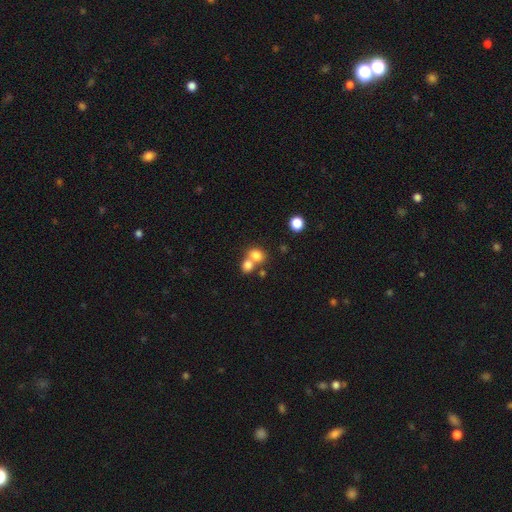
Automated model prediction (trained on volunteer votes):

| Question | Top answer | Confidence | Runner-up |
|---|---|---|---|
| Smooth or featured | smooth | 79% | star or artifact (11%) |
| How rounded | round | 57% | in between (42%) |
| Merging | merger | 53% | none (36%) |